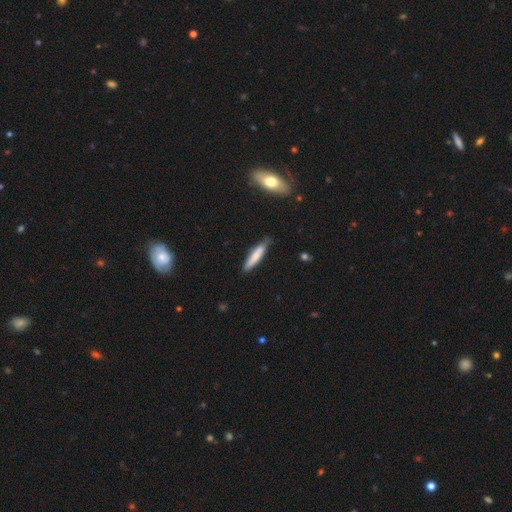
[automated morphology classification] smooth-or-featured: smooth: 71% | featured or disk: 23% | star or artifact: 6%
  how-rounded: cigar-shaped: 86% | in between: 13% | round: 1%
  merging: none: 75% | minor disturbance: 20% | major disturbance: 3% | merger: 2%